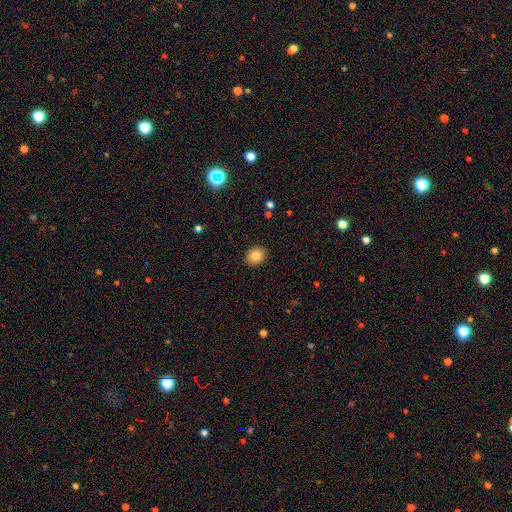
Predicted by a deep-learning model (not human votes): A smooth galaxy with no disk features (83%) that is round (74%). Merging: none (91%).